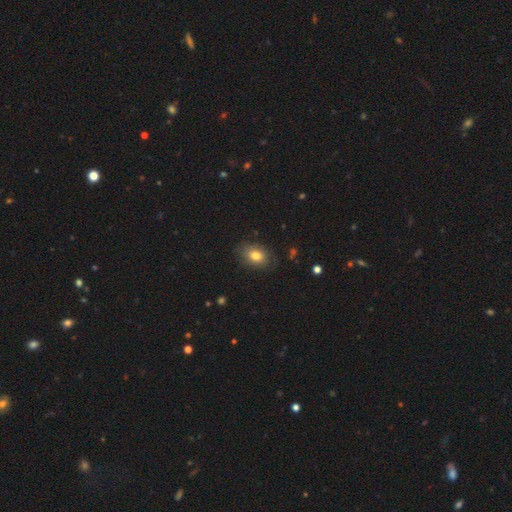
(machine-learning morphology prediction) type=smooth (81%); roundness=in between (78%); merging=none (80%).